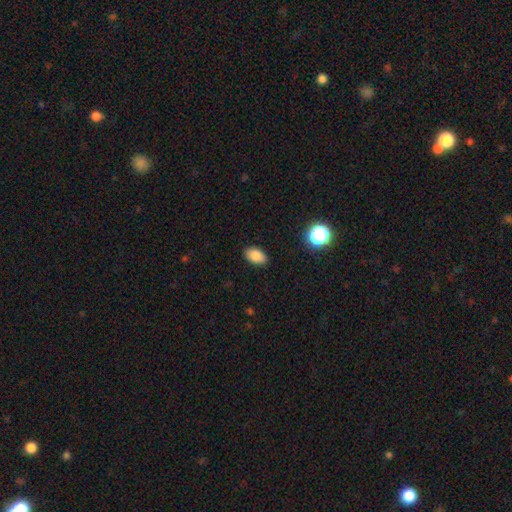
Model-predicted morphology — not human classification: type=smooth (86%); roundness=in between (89%); merging=none (87%).